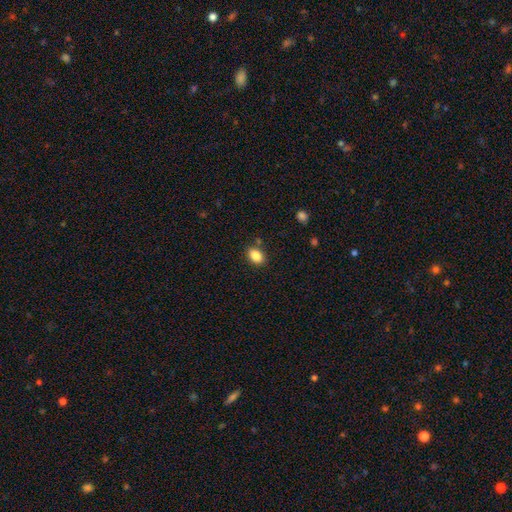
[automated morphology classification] smooth 87%, star or artifact 9%, featured or disk 5%. Down the decision tree: how rounded — in between (84%); merging — none (84%).